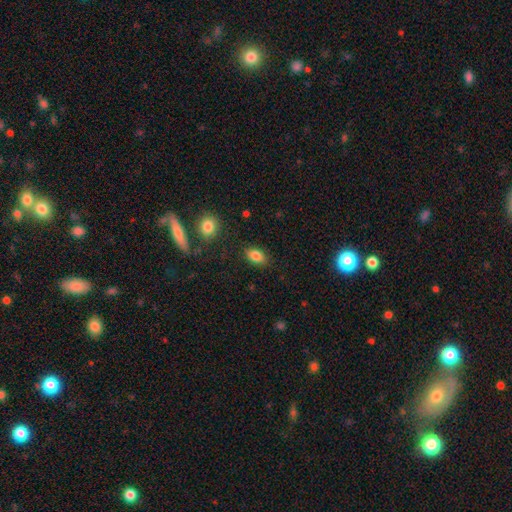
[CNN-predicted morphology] A smooth galaxy with no disk features (84%) that is in between round and cigar-shaped (86%).

Vote fractions:
- Smooth or featured? smooth: 84% / star or artifact: 9% / featured or disk: 7%
- How rounded? in between: 86% / round: 12% / cigar-shaped: 2%
- Merging? none: 84% / minor disturbance: 11% / major disturbance: 3% / merger: 2%